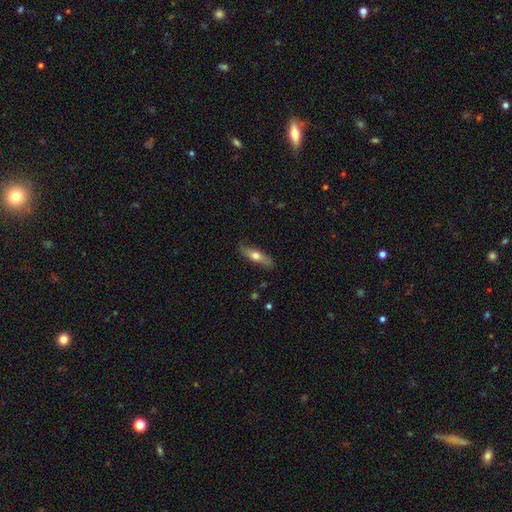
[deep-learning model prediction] Overall: smooth (60%; featured or disk 34%). How rounded: cigar-shaped (60%; in between 37%). Merging: none (84%).